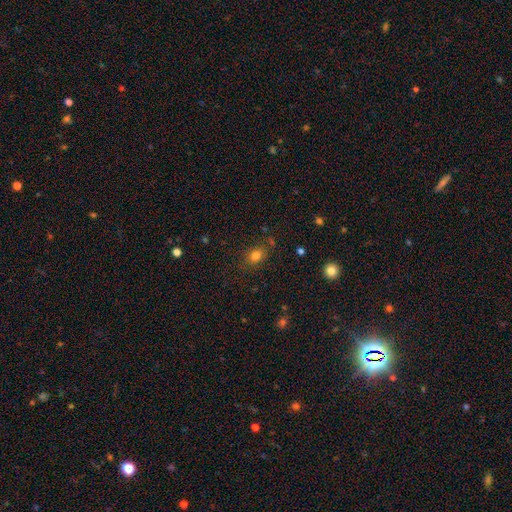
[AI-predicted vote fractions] smooth-or-featured: smooth: 79% | star or artifact: 14% | featured or disk: 7%
  how-rounded: in between: 59% | round: 40% | cigar-shaped: 1%
  merging: none: 78% | minor disturbance: 14% | major disturbance: 4% | merger: 3%